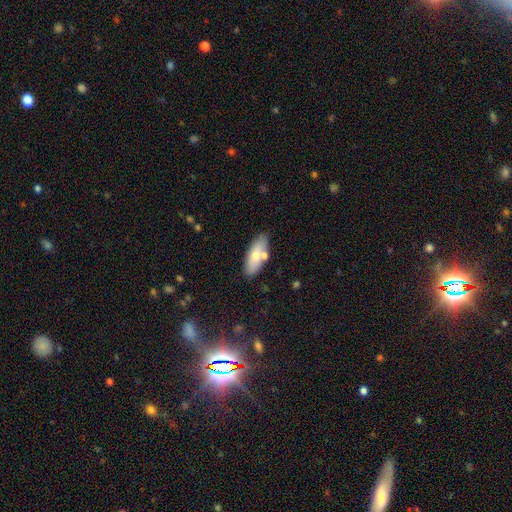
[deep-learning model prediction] smooth_or_featured: smooth (p=0.70) [alt: featured or disk p=0.24]
how_rounded: in between (p=0.74) [alt: cigar-shaped p=0.23]
merging: none (p=0.74) [alt: minor disturbance p=0.13]